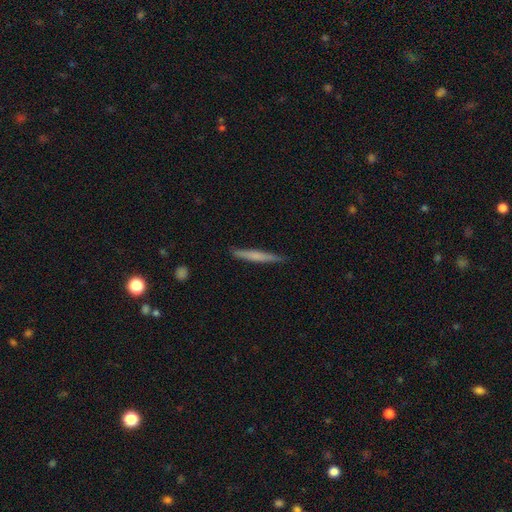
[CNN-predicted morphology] type=smooth (57%); roundness=cigar-shaped (96%); merging=none (89%).